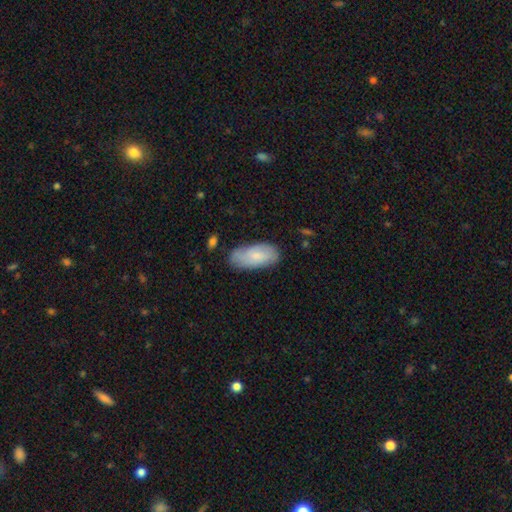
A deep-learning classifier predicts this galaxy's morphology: Q: Smooth or featured?
A: smooth (71%); runner-up: featured or disk (23%)
Q: How rounded?
A: in between (90%); runner-up: cigar-shaped (8%)
Q: Merging?
A: none (72%); runner-up: minor disturbance (22%)